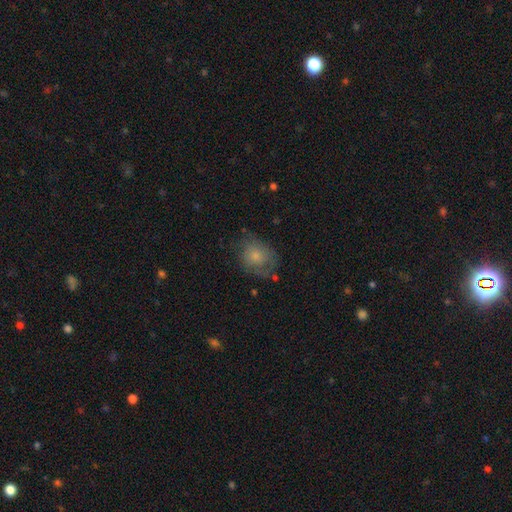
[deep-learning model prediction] The model was most divided on "how rounded": round: 52%, in between: 47%, cigar-shaped: 1%. More confident: smooth or featured — smooth (61%); merging — none (52%).